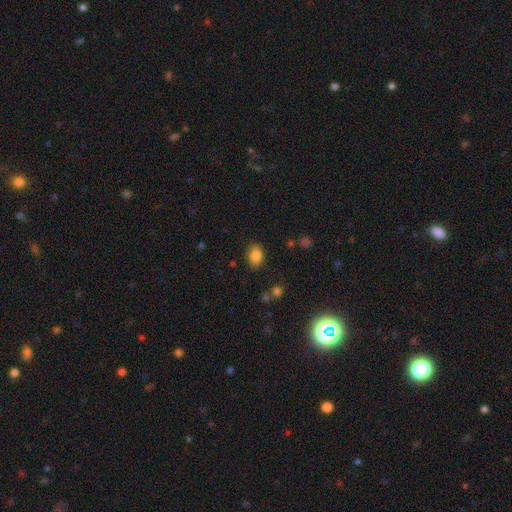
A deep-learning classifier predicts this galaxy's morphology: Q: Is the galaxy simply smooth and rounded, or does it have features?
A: smooth — 84%.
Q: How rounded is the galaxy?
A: in between — 74%.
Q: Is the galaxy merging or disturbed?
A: none — 82%.